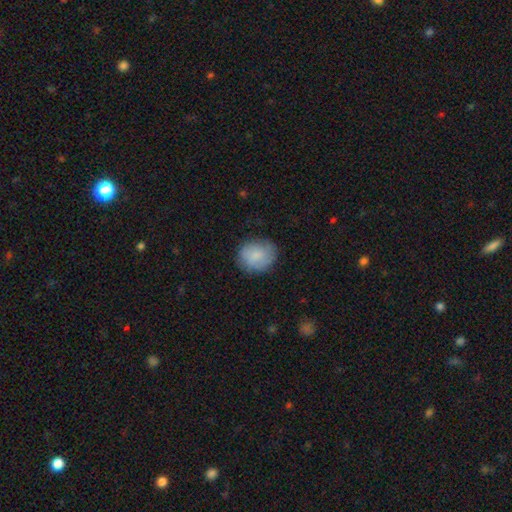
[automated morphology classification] A smooth galaxy with no disk features (74%) that is round (65%). Merging: none (75%).